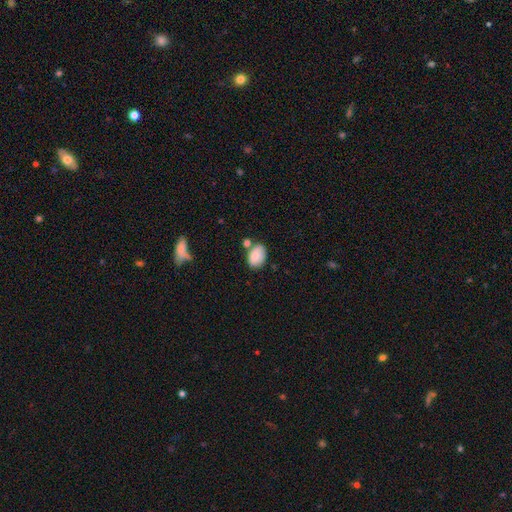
smooth 87%, star or artifact 8%, featured or disk 5%. Down the decision tree: how rounded — in between (91%); merging — none (50%).